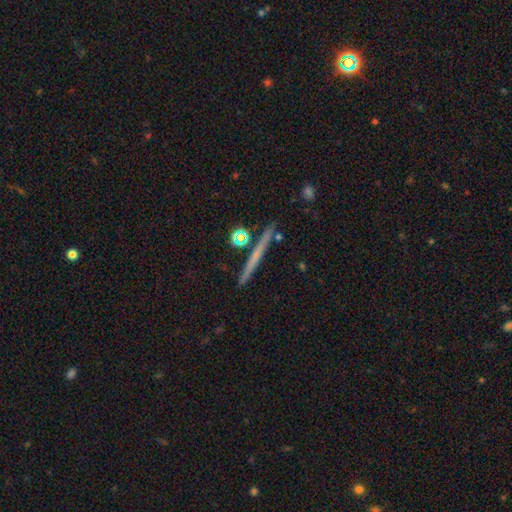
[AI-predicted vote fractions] The model was most divided on "smooth or featured": featured or disk: 52%, smooth: 40%, star or artifact: 8%. More confident: edge-on disk — yes (97%); merging — none (89%); edge-on bulge — none (84%).